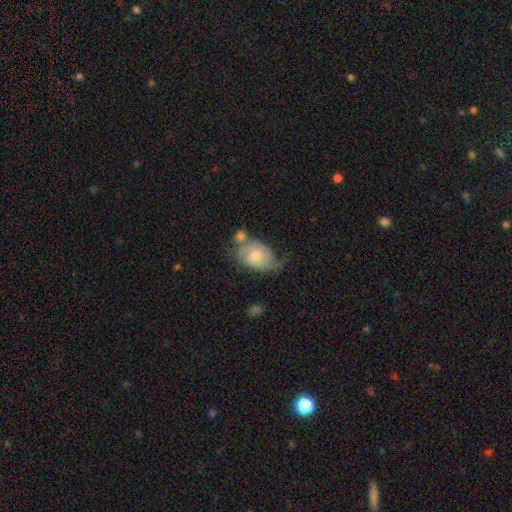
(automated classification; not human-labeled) This appears to be a featured or disk galaxy (69%) with no bar (66%), 2 (69%) medium (41%) spiral arms (91%) and a moderate central bulge (51%). Merging: none (41%).